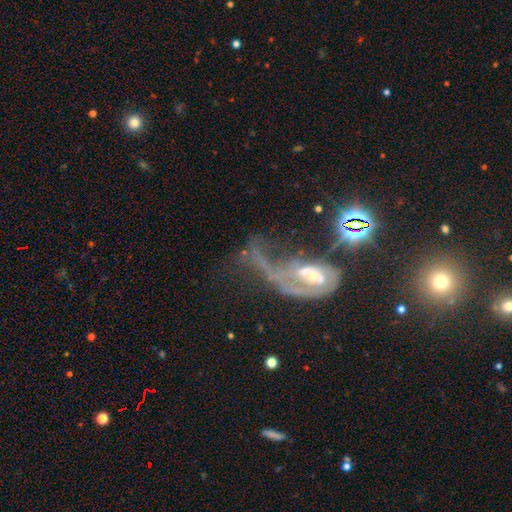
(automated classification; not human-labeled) Smooth or featured: featured or disk — 66% (smooth — 19%)
Edge-on disk: no — 93% (yes — 7%)
Bar: no — 62% (weak — 26%)
Spiral arms: yes — 58% (no — 42%)
Bulge size: small — 44% (moderate — 38%)
Merging: major disturbance — 45% (merger — 32%)